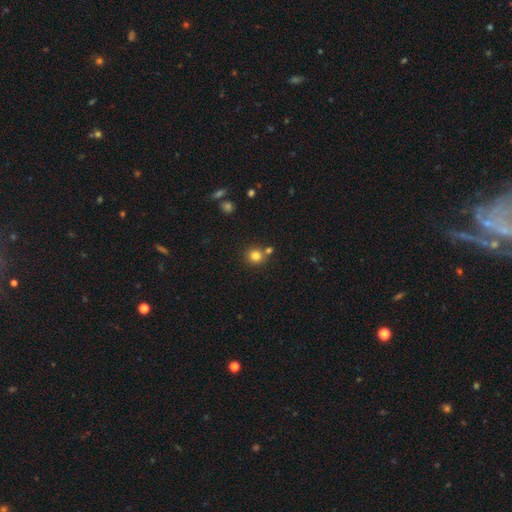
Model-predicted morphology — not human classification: smooth_or_featured: smooth (p=0.81) [alt: star or artifact p=0.13]
how_rounded: round (p=0.91) [alt: in between p=0.08]
merging: none (p=0.72) [alt: merger p=0.17]